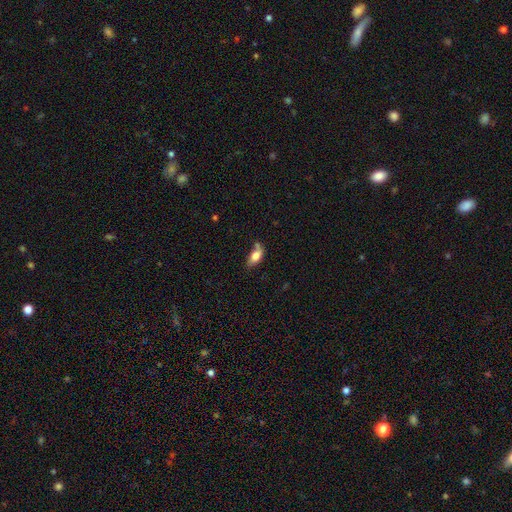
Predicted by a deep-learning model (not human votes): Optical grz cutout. It shows a smooth galaxy with no disk features (78%) that is in between round and cigar-shaped (87%). Merging: none (44%).